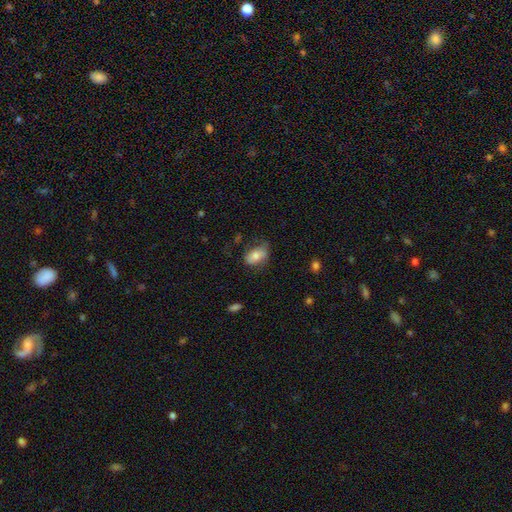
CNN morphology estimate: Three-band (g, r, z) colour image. It shows a smooth galaxy with no disk features (70%) that is in between round and cigar-shaped (87%). Merging: none (58%).